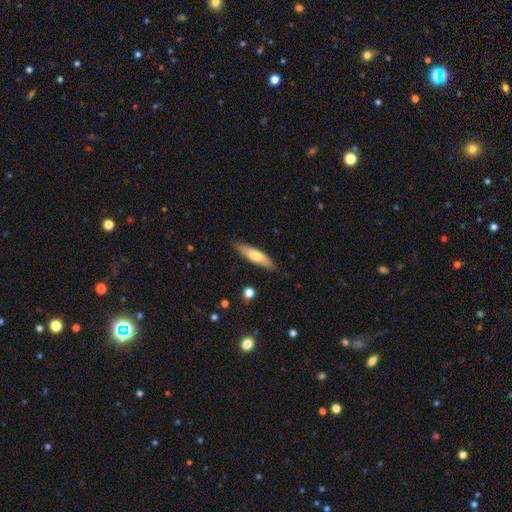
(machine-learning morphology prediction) Overall: smooth (67%). How rounded: cigar-shaped (67%; in between 31%). Merging: none (85%).